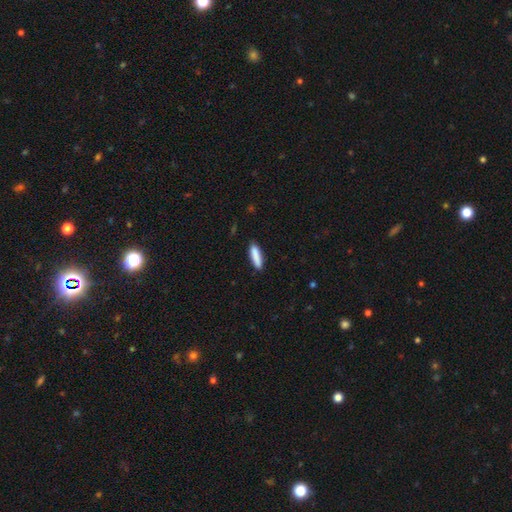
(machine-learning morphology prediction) type=smooth (87%); roundness=cigar-shaped (71%); merging=none (86%).